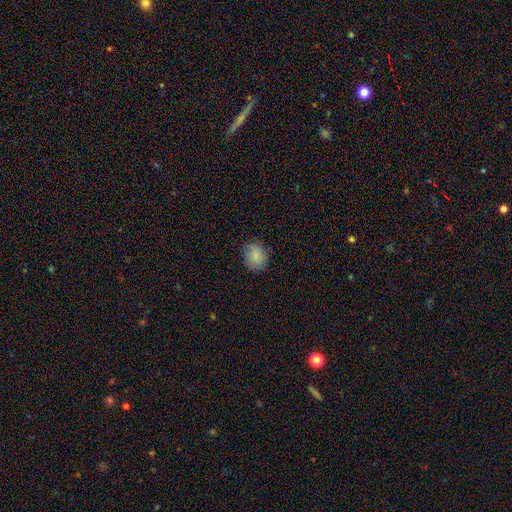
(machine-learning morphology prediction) Smooth or featured? smooth (86%)
How rounded? round (57%)
Merging? none (80%)